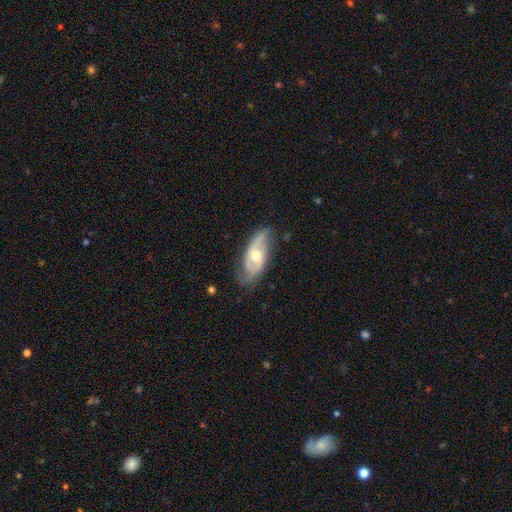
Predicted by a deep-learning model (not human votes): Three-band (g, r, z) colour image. It shows a featured or disk galaxy (76%) with no bar (53%), 2 (81%) medium (44%) spiral arms (90%) and a moderate central bulge (69%). Merging: none (72%).